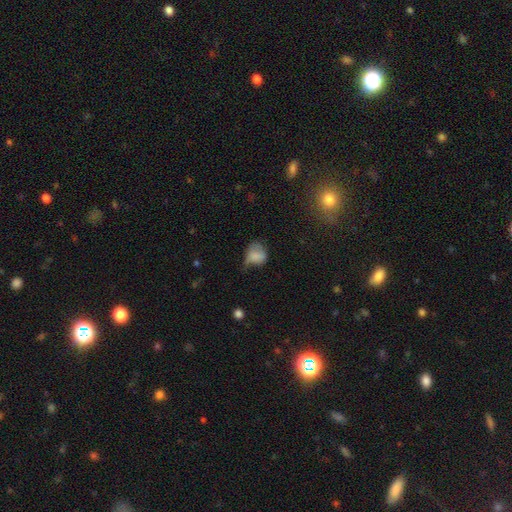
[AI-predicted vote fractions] Q: Smooth or featured?
A: smooth (74%); runner-up: featured or disk (16%)
Q: How rounded?
A: round (50%); runner-up: in between (49%)
Q: Merging?
A: minor disturbance (39%); runner-up: none (29%)